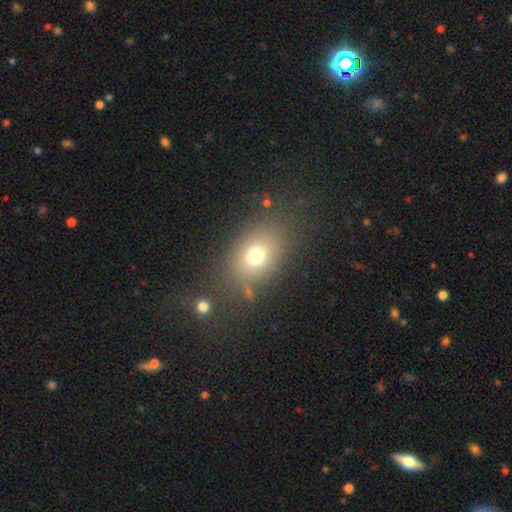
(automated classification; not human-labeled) Q: Smooth or featured?
A: smooth (70%); runner-up: star or artifact (16%)
Q: How rounded?
A: in between (61%); runner-up: round (38%)
Q: Merging?
A: none (75%); runner-up: minor disturbance (12%)